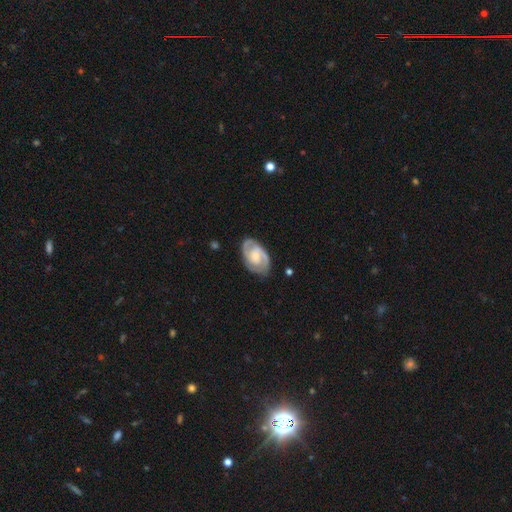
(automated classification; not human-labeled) Smooth or featured? Predicted: featured or disk (p=0.85). Edge-on disk? Predicted: no (p=0.97). Bar? Predicted: no (p=0.52). Spiral arms? Predicted: yes (p=0.96). Spiral winding? Predicted: tight (p=0.52). Spiral arm count? Predicted: 2 (p=0.80). Bulge size? Predicted: small (p=0.49). Merging? Predicted: none (p=0.79).